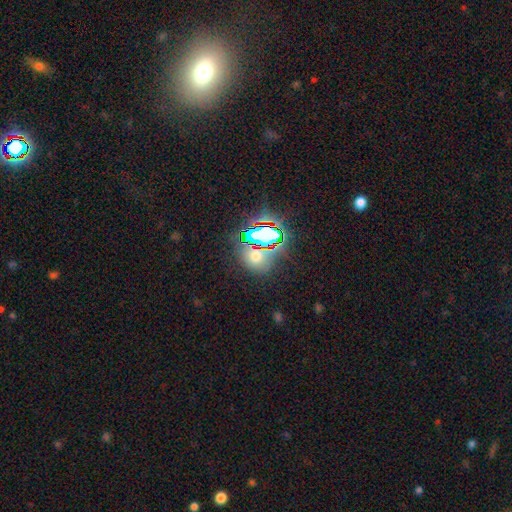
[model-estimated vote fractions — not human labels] Morphology: type=star or artifact (50%).